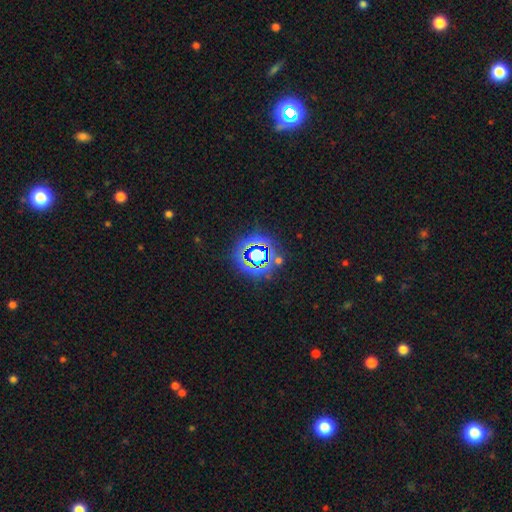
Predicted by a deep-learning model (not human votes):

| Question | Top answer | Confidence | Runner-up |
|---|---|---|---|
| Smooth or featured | star or artifact | 78% | smooth (14%) |